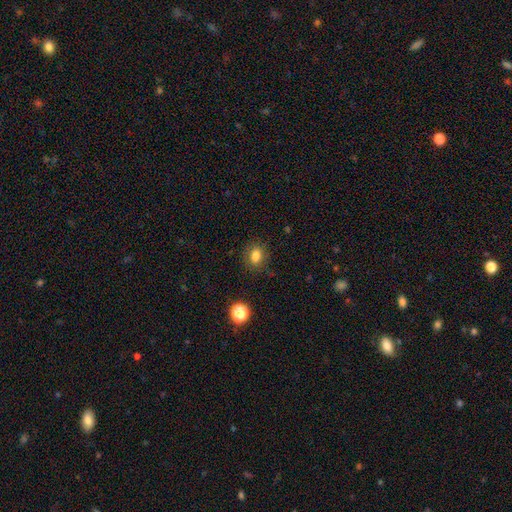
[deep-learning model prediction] The model was most divided on "how rounded": in between: 56%, round: 43%, cigar-shaped: 1%. More confident: merging — none (83%); smooth or featured — smooth (81%).